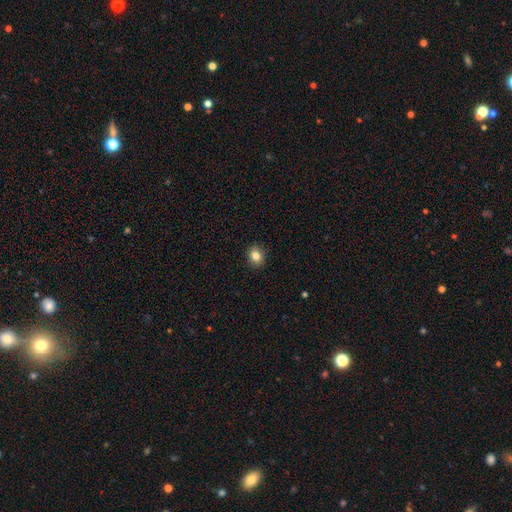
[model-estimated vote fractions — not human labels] Smooth or featured?
  - smooth: 83% *
  - star or artifact: 10%
  - featured or disk: 7%
How rounded?
  - round: 60% *
  - in between: 39%
  - cigar-shaped: 1%
Merging?
  - none: 90% *
  - minor disturbance: 7%
  - major disturbance: 2%
  - merger: 1%